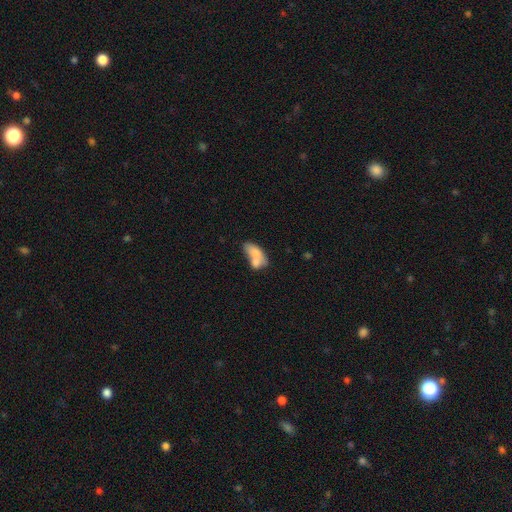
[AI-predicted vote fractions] Smooth or featured: smooth — 72% (featured or disk — 21%)
How rounded: in between — 87% (round — 7%)
Merging: merger — 58% (none — 22%)